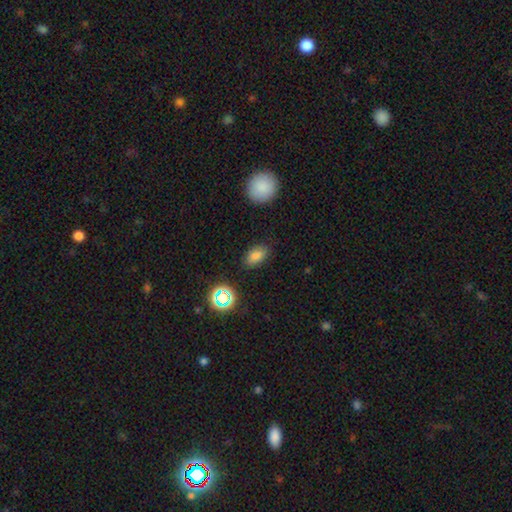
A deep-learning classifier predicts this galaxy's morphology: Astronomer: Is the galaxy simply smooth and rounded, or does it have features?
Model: smooth — 78%.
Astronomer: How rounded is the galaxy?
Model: in between — 88%.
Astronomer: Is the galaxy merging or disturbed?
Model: none — 83%.